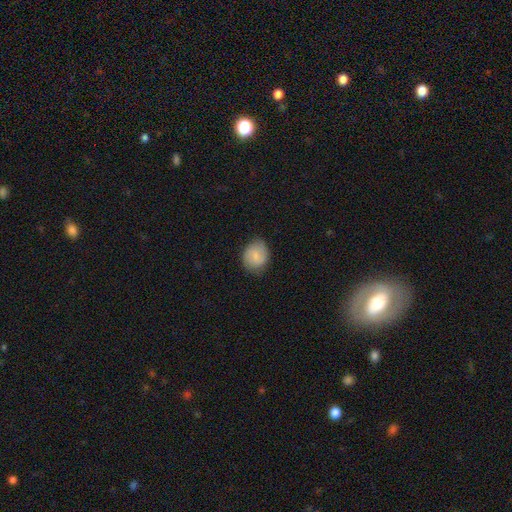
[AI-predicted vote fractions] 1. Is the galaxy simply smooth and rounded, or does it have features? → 77% smooth, 16% featured or disk, 7% star or artifact.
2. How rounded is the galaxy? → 63% round, 36% in between, 1% cigar-shaped.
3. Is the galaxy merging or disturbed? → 79% none, 17% minor disturbance, 4% major disturbance, 1% merger.